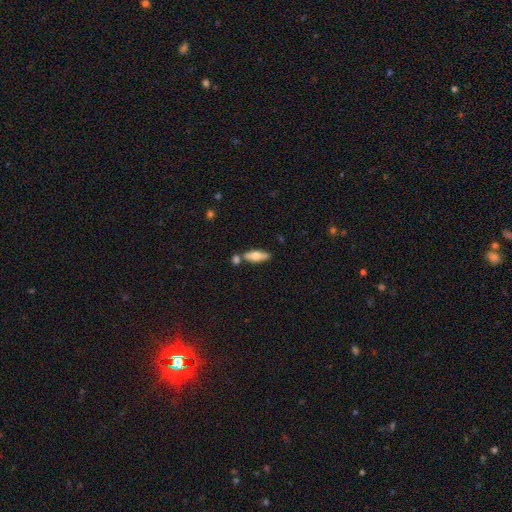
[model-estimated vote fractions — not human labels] Smooth or featured? smooth (64%)
How rounded? in between (68%)
Merging? none (67%)